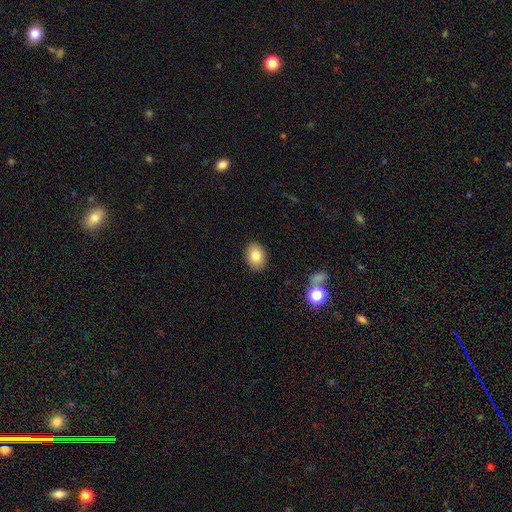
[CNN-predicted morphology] This is clearly a smooth galaxy (81%). How rounded: likely in between (73%). Merging: clearly none (89%).